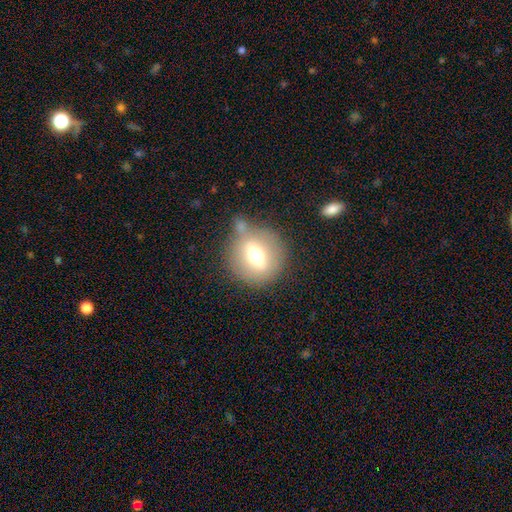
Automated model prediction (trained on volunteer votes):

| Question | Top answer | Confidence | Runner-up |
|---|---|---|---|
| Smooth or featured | smooth | 47% | featured or disk (43%) |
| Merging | none | 65% | minor disturbance (15%) |